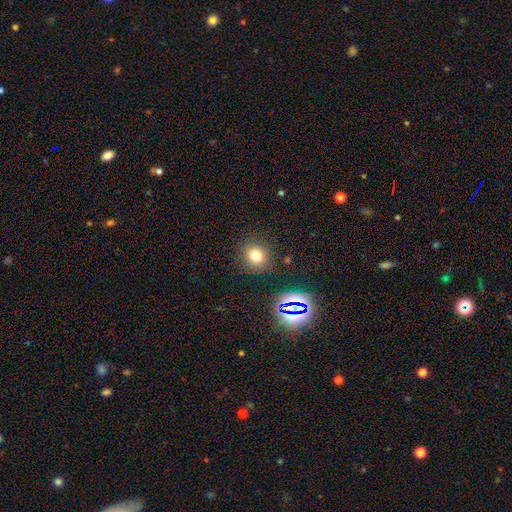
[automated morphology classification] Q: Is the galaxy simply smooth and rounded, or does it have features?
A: smooth — 74%.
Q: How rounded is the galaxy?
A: round — 87%.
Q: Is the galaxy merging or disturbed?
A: none — 87%.